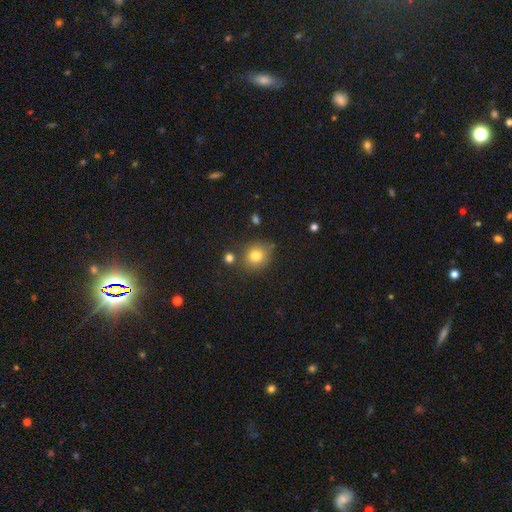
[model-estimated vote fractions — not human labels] Smooth or featured?
  - smooth: 79% *
  - star or artifact: 12%
  - featured or disk: 9%
How rounded?
  - round: 81% *
  - in between: 18%
  - cigar-shaped: 1%
Merging?
  - none: 73% *
  - minor disturbance: 14%
  - merger: 9%
  - major disturbance: 4%